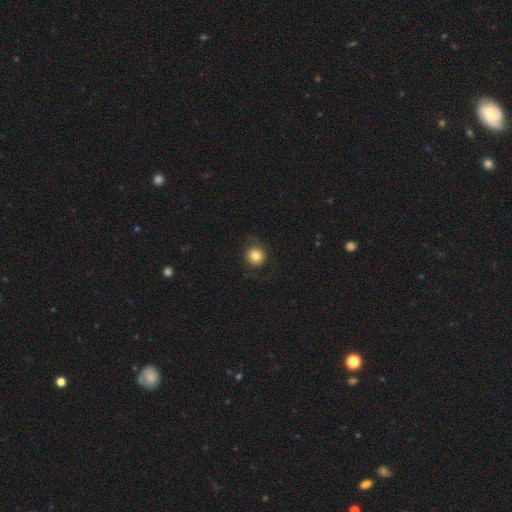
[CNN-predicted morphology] Q: Smooth or featured?
A: smooth (78%); runner-up: featured or disk (12%)
Q: How rounded?
A: round (91%); runner-up: in between (8%)
Q: Merging?
A: none (79%); runner-up: minor disturbance (13%)